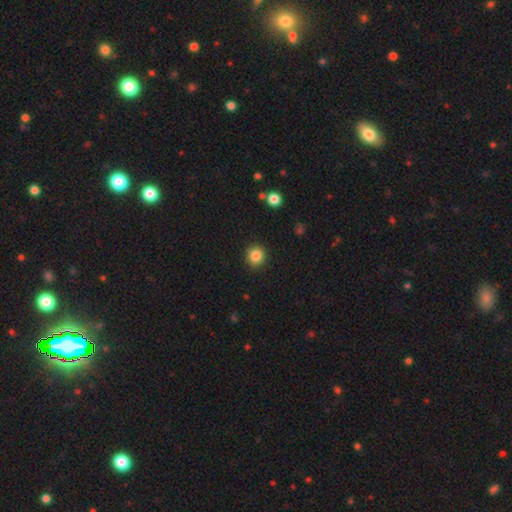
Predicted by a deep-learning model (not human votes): Overall: smooth (85%). How rounded: round (87%). Merging: none (91%).